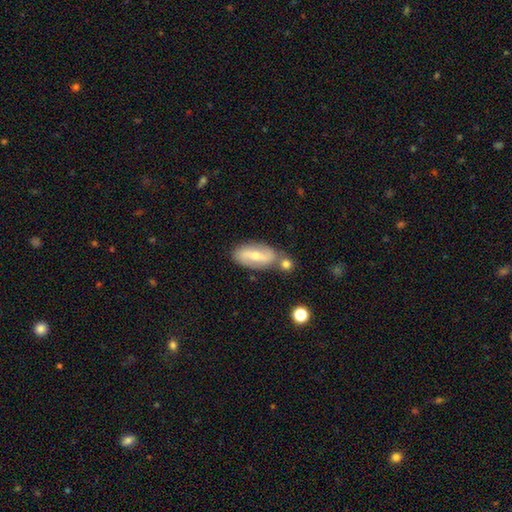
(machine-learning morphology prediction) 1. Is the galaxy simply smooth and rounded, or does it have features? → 58% featured or disk, 36% smooth, 6% star or artifact.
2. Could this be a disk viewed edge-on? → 88% no, 12% yes.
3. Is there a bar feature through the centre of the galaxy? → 37% strong, 35% weak, 28% no.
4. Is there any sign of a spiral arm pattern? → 74% yes, 26% no.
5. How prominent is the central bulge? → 49% moderate, 46% small, 2% large, 1% none, 1% dominant.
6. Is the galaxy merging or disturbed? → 66% none, 15% merger, 15% minor disturbance, 4% major disturbance.